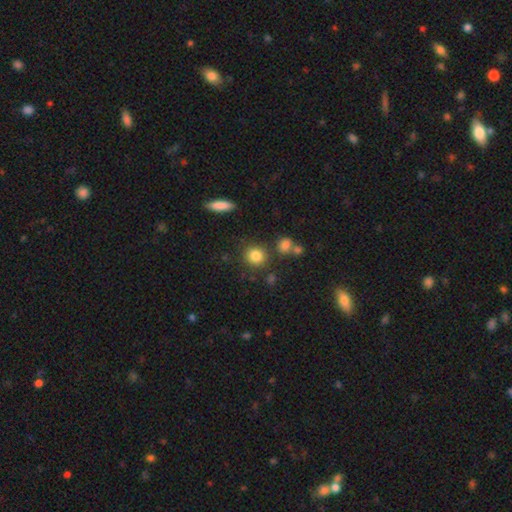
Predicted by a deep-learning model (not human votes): Smooth or featured: smooth — 83% (star or artifact — 11%)
How rounded: round — 87% (in between — 12%)
Merging: none — 82% (minor disturbance — 9%)